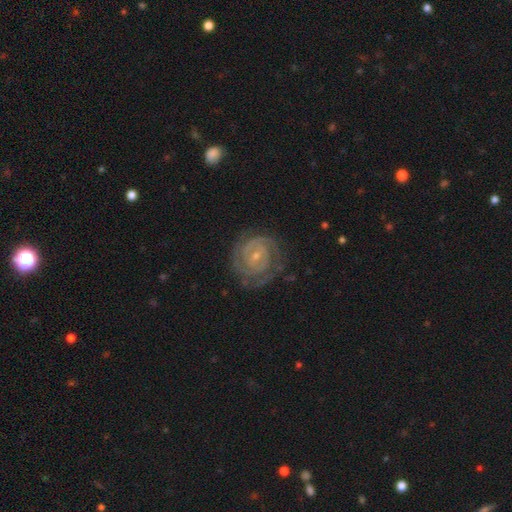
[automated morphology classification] The model was most divided on "bar": no: 48%, weak: 40%, strong: 13%. More confident: edge-on disk — no (98%); spiral arms — yes (97%); smooth or featured — featured or disk (88%); spiral winding — tight (81%); merging — none (77%); bulge size — small (73%); spiral arm count — 2 (60%).